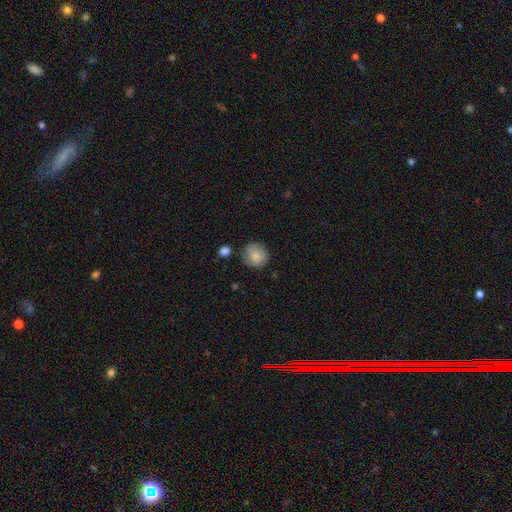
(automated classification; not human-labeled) Q: Smooth or featured?
A: smooth (80%); runner-up: featured or disk (13%)
Q: How rounded?
A: round (88%); runner-up: in between (11%)
Q: Merging?
A: none (74%); runner-up: minor disturbance (18%)